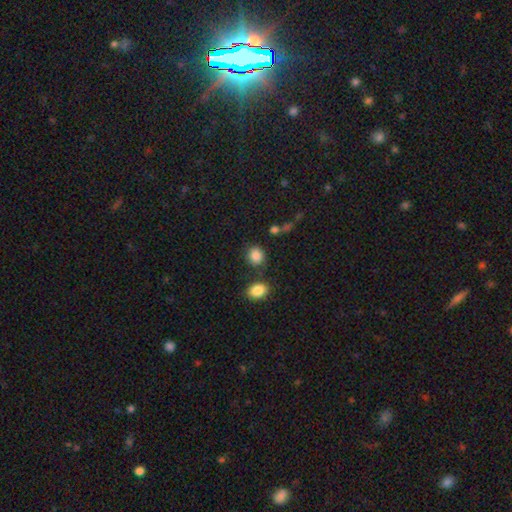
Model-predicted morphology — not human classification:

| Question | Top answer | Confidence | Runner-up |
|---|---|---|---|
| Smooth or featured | smooth | 86% | star or artifact (9%) |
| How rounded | round | 73% | in between (26%) |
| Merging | none | 77% | minor disturbance (11%) |